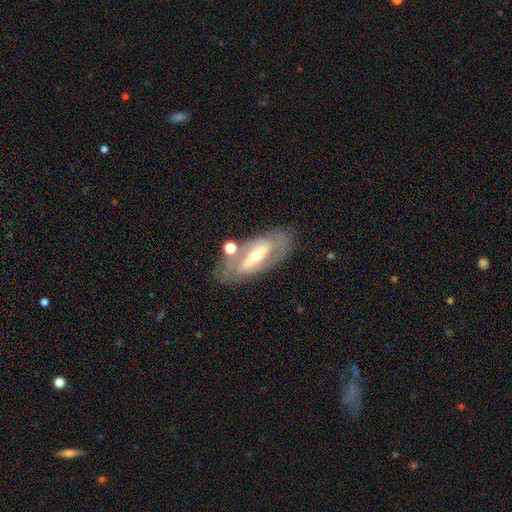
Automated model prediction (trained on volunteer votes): A featured or disk galaxy (75%) with a strong bar (58%), spiral arms (58%) and a moderate central bulge (57%). Merging: none (71%).